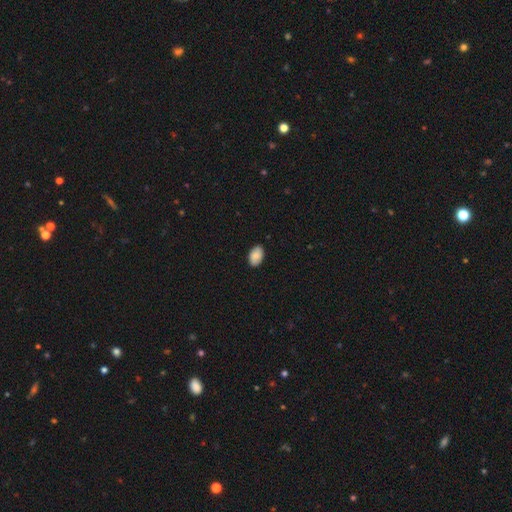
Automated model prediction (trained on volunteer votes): Smooth or featured? smooth (87%)
How rounded? in between (91%)
Merging? none (87%)